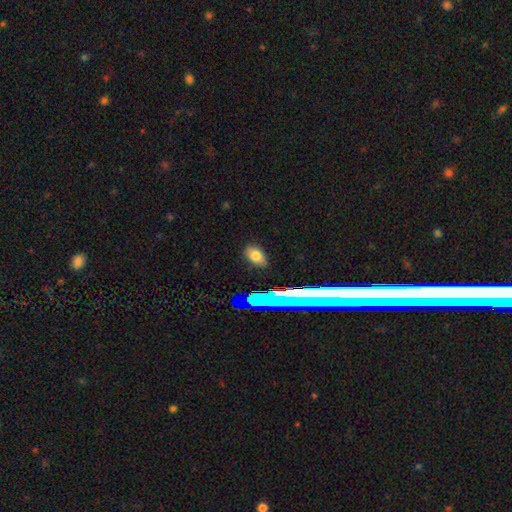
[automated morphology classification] The model was most divided on "smooth or featured": smooth: 76%, star or artifact: 13%, featured or disk: 11%. More confident: merging — none (84%); how rounded — in between (82%).